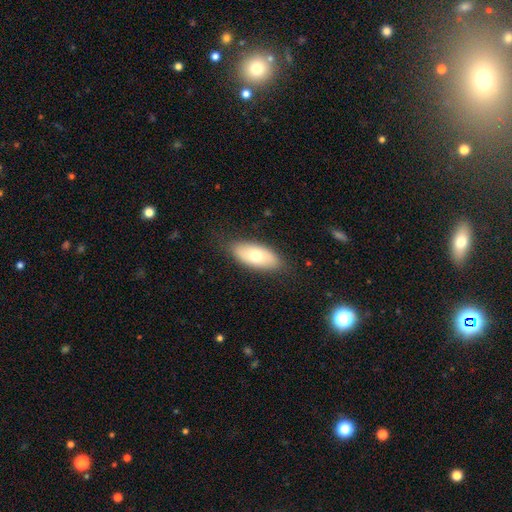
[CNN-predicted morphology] Smooth or featured? smooth (68%)
How rounded? in between (90%)
Merging? none (83%)